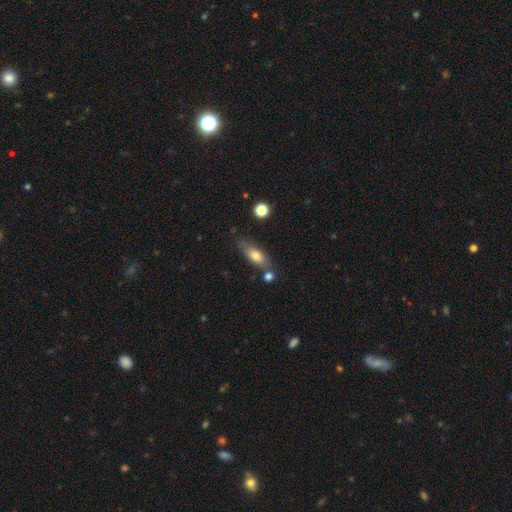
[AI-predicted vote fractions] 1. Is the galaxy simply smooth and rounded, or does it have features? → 70% smooth, 23% featured or disk, 7% star or artifact.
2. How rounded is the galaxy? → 62% in between, 34% cigar-shaped, 4% round.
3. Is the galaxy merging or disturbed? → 65% none, 17% minor disturbance, 13% merger, 5% major disturbance.